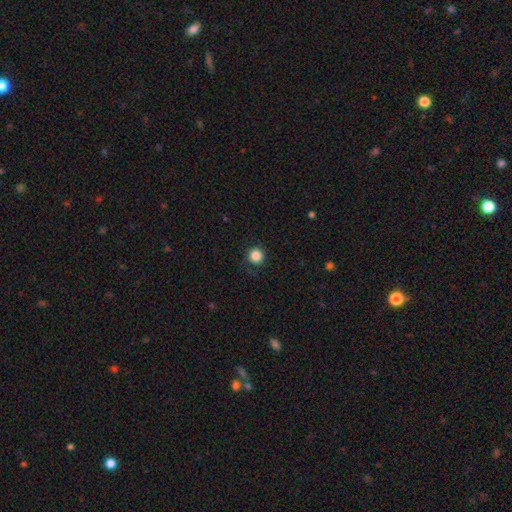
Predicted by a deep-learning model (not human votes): This appears to be a smooth galaxy with no disk features (85%) that is round (95%). Merging: none (83%).